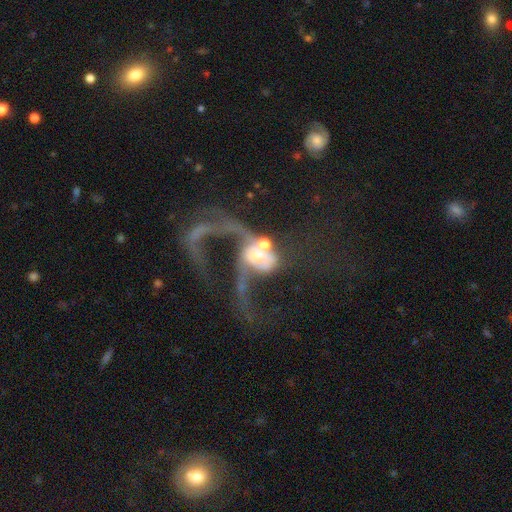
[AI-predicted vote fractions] A featured or disk galaxy (67%) with no bar (61%), spiral arms (66%) and a moderate central bulge (42%). Merging: merger (45%).